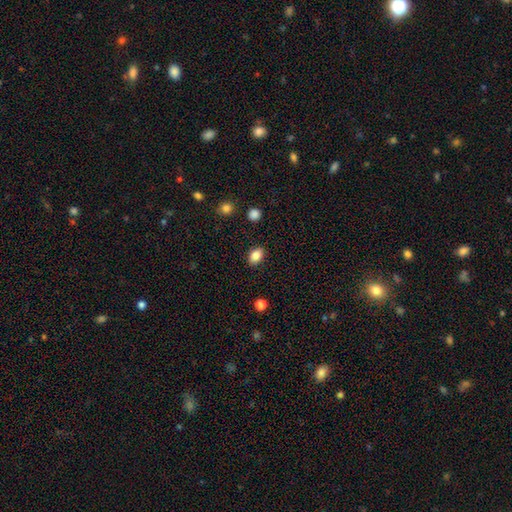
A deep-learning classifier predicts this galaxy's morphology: smooth_or_featured: smooth (p=0.86) [alt: star or artifact p=0.09]
how_rounded: in between (p=0.81) [alt: round p=0.17]
merging: none (p=0.88) [alt: minor disturbance p=0.09]